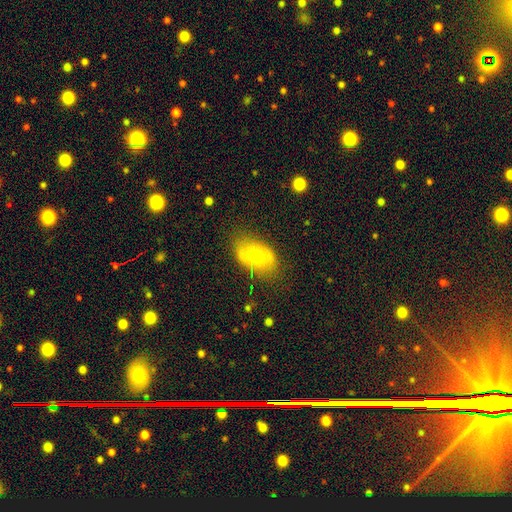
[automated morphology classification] smooth 62%, featured or disk 30%, star or artifact 8%. Down the decision tree: how rounded — in between (88%); merging — none (73%).